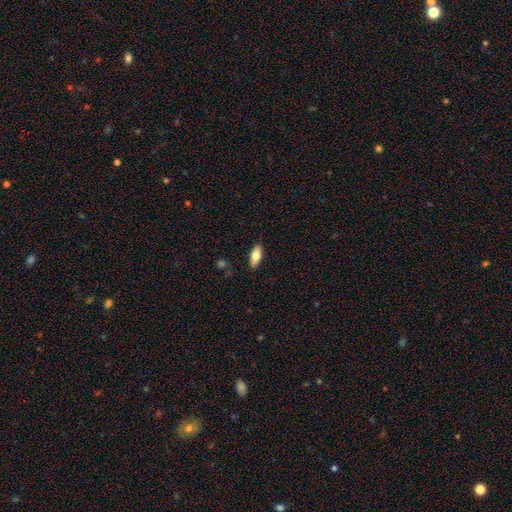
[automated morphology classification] Smooth or featured: smooth — 71% (featured or disk — 23%)
How rounded: in between — 78% (cigar-shaped — 19%)
Merging: none — 88% (minor disturbance — 9%)